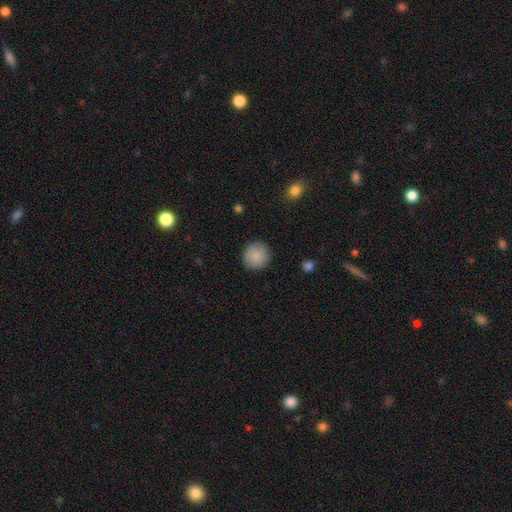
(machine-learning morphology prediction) A smooth galaxy with no disk features (88%) that is round (93%).

Vote fractions:
- Smooth or featured? smooth: 88% / star or artifact: 7% / featured or disk: 5%
- How rounded? round: 93% / in between: 6% / cigar-shaped: 1%
- Merging? none: 90% / minor disturbance: 7% / major disturbance: 2% / merger: 1%